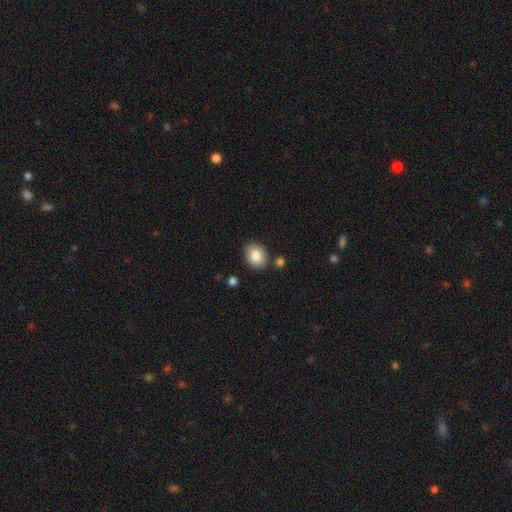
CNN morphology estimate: smooth_or_featured: smooth (p=0.84) [alt: featured or disk p=0.09]
how_rounded: in between (p=0.60) [alt: round p=0.39]
merging: none (p=0.83) [alt: minor disturbance p=0.10]